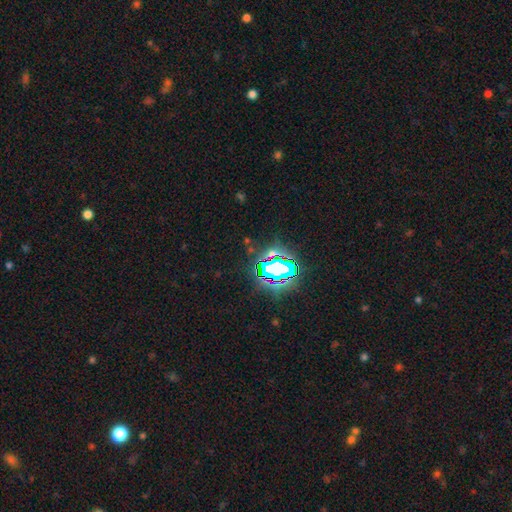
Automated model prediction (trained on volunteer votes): Smooth or featured: star or artifact — 84% (smooth — 10%)